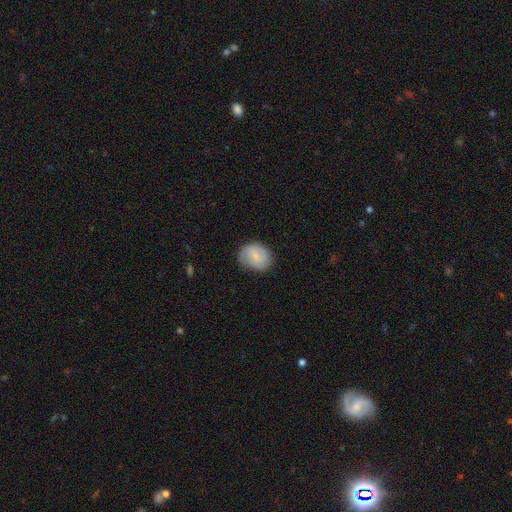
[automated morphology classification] Q: Smooth or featured?
A: smooth (50%); runner-up: featured or disk (44%)
Q: Merging?
A: none (69%); runner-up: minor disturbance (23%)